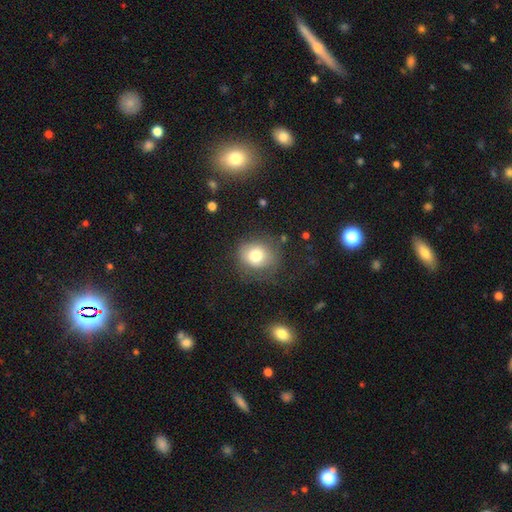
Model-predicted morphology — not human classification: smooth-or-featured: smooth: 75% | featured or disk: 15% | star or artifact: 10%
  how-rounded: round: 77% | in between: 22% | cigar-shaped: 1%
  merging: none: 69% | minor disturbance: 18% | major disturbance: 11% | merger: 2%